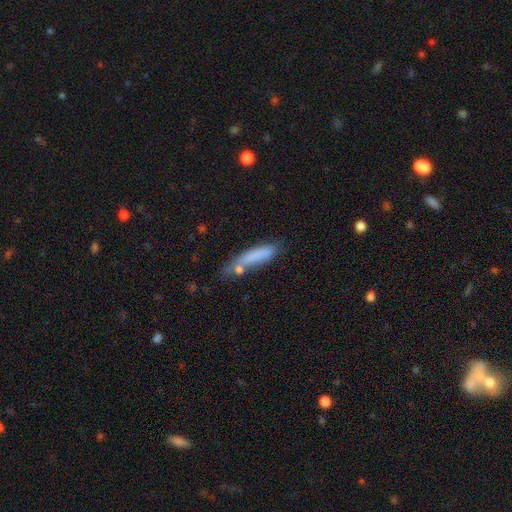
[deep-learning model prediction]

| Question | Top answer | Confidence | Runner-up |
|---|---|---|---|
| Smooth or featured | smooth | 75% | featured or disk (17%) |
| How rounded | cigar-shaped | 78% | in between (20%) |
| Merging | none | 53% | minor disturbance (25%) |